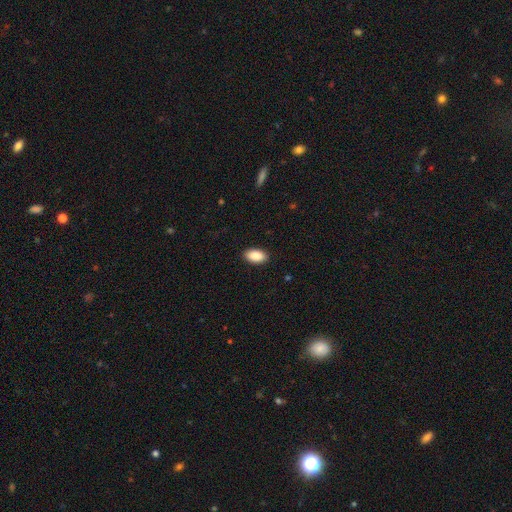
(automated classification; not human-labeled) Smooth or featured: smooth — 90% (star or artifact — 6%)
How rounded: in between — 94% (round — 4%)
Merging: none — 90% (minor disturbance — 8%)